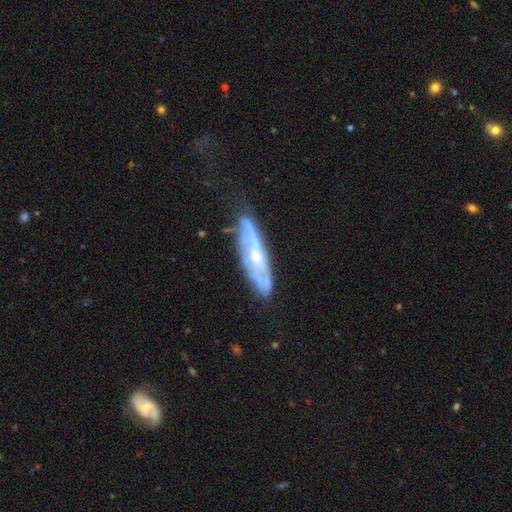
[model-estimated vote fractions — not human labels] The model was most divided on "edge-on disk": no: 64%, yes: 36%. More confident: smooth or featured — featured or disk (73%); merging — none (66%).